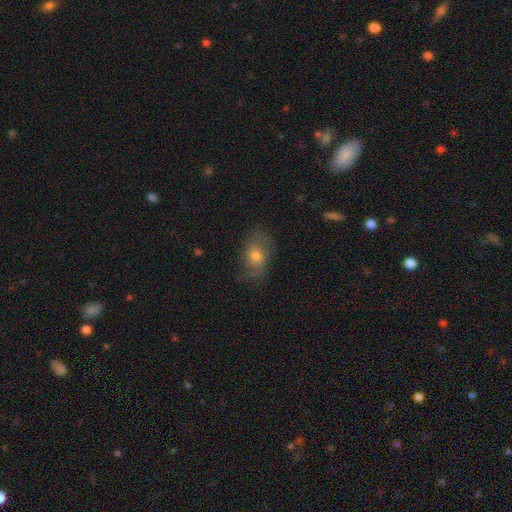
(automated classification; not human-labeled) Smooth or featured: smooth — 47% (featured or disk — 40%)
Merging: none — 65% (minor disturbance — 22%)